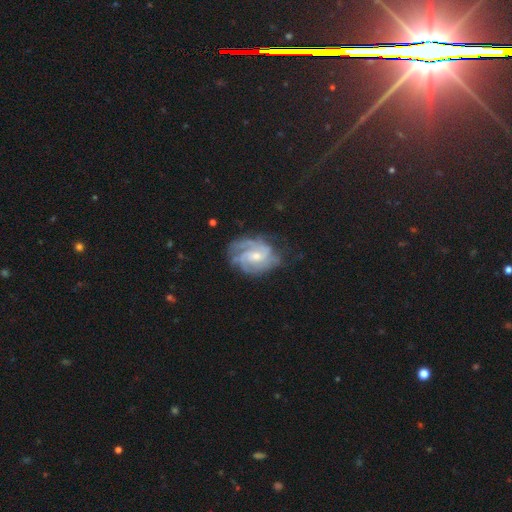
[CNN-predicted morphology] A featured or disk galaxy (87%) with no bar (53%), 3 (31%) tight (53%) spiral arms (96%) and a small central bulge (47%).

Vote fractions:
- Smooth or featured? featured or disk: 87% / smooth: 8% / star or artifact: 5%
- Edge-on disk? no: 98% / yes: 2%
- Bar? no: 53% / weak: 39% / strong: 7%
- Spiral arms? yes: 96% / no: 4%
- Spiral winding? tight: 53% / medium: 38% / loose: 9%
- Spiral arm count? 3: 31% / 2: 28% / can't tell: 22% / 4: 10% / 1: 5% / more than 4: 5%
- Bulge size? small: 47% / moderate: 46% / none: 3% / large: 3% / dominant: 1%
- Merging? none: 62% / minor disturbance: 23% / major disturbance: 13% / merger: 2%